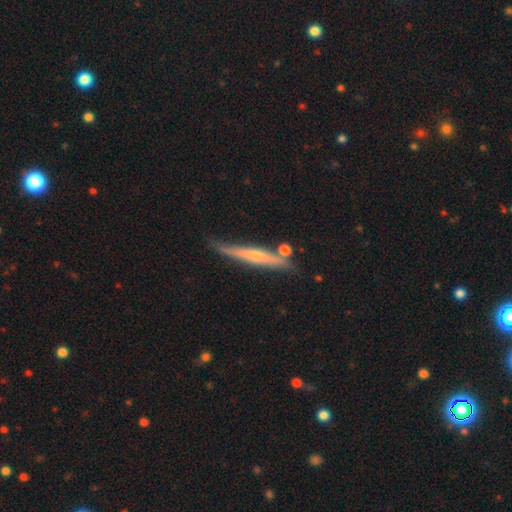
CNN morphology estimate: A featured or disk galaxy (68%) viewed edge-on (95%) with a rounded central bulge (70%).

Vote fractions:
- Smooth or featured? featured or disk: 68% / smooth: 24% / star or artifact: 8%
- Edge-on disk? yes: 95% / no: 5%
- Edge-on bulge? rounded: 70% / none: 22% / boxy: 8%
- Merging? none: 72% / minor disturbance: 17% / merger: 7% / major disturbance: 4%